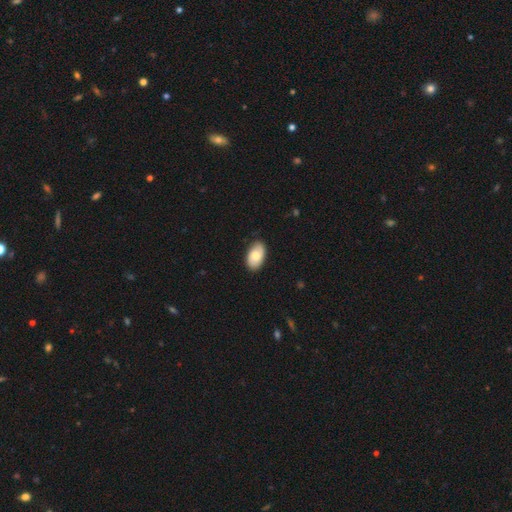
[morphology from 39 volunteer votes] smooth-or-featured: smooth: 74% | featured or disk: 21% | star or artifact: 5%
  how-rounded: in between: 93% | round: 3% | cigar-shaped: 3%
  merging: none: 84% | minor disturbance: 8% | major disturbance: 5% | merger: 3%